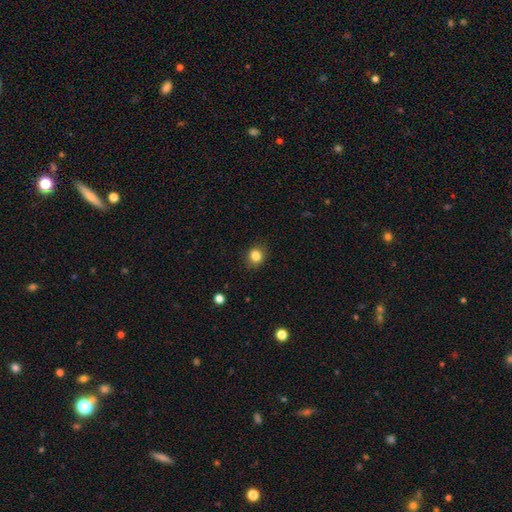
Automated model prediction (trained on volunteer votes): Overall: smooth (84%). How rounded: round (75%). Merging: none (87%).